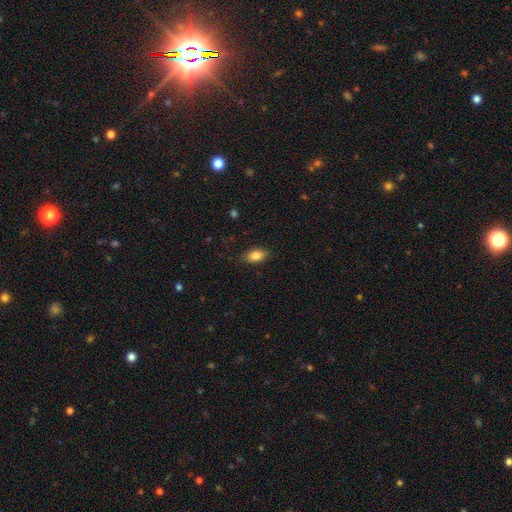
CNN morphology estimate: A smooth galaxy with no disk features (86%) that is in between round and cigar-shaped (91%).

Vote fractions:
- Smooth or featured? smooth: 86% / star or artifact: 8% / featured or disk: 7%
- How rounded? in between: 91% / round: 6% / cigar-shaped: 3%
- Merging? none: 86% / minor disturbance: 11% / major disturbance: 3% / merger: 1%